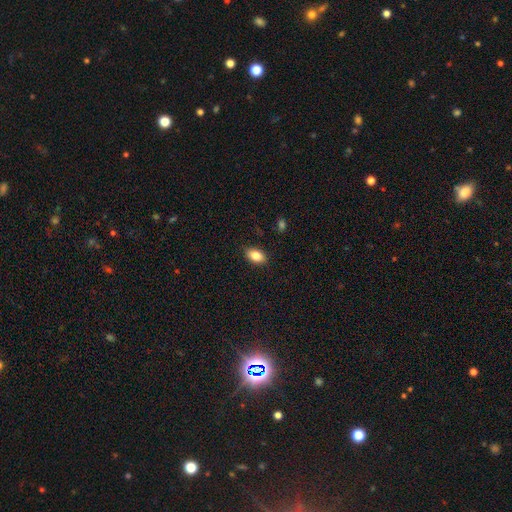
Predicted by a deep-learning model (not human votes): Smooth or featured?
  - smooth: 84% *
  - featured or disk: 8%
  - star or artifact: 8%
How rounded?
  - in between: 90% *
  - round: 7%
  - cigar-shaped: 3%
Merging?
  - none: 88% *
  - minor disturbance: 9%
  - major disturbance: 2%
  - merger: 1%